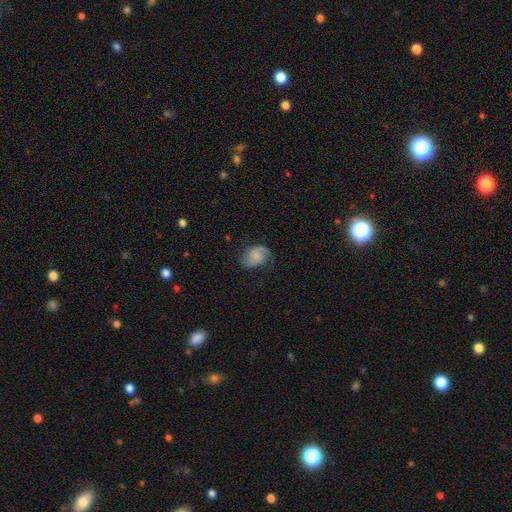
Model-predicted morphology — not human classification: This appears to be a smooth galaxy with no disk features (60%) that is in between round and cigar-shaped (64%). Merging: none (64%).